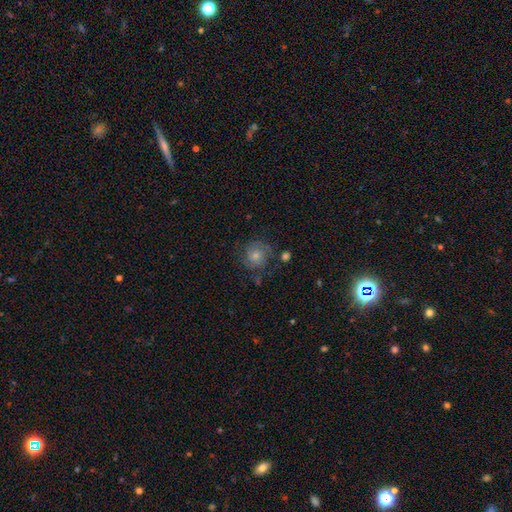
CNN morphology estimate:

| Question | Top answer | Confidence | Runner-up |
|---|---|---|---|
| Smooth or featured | featured or disk | 53% | smooth (26%) |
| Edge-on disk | no | 97% | yes (3%) |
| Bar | no | 77% | weak (19%) |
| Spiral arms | yes | 86% | no (14%) |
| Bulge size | moderate | 53% | small (36%) |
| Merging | none | 75% | minor disturbance (14%) |